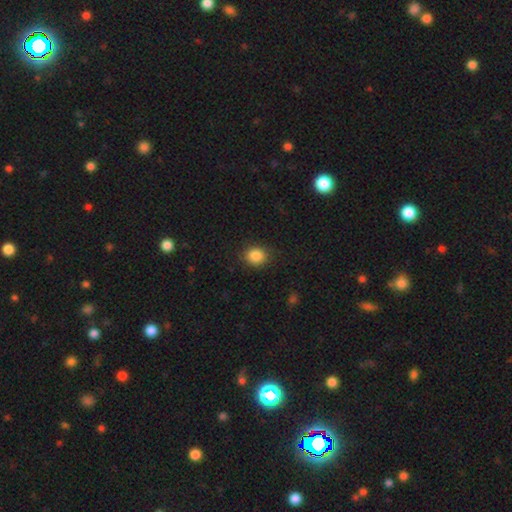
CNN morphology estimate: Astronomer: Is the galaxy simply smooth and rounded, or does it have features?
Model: smooth — 86%.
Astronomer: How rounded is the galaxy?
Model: round — 73%.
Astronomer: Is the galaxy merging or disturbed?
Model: none — 87%.